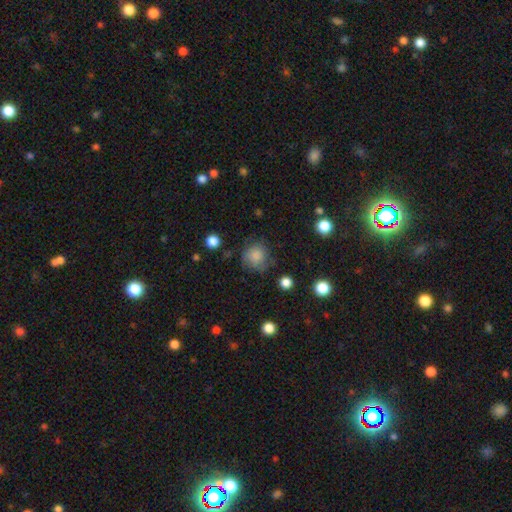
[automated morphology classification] type=smooth (82%); roundness=round (88%); merging=none (70%).